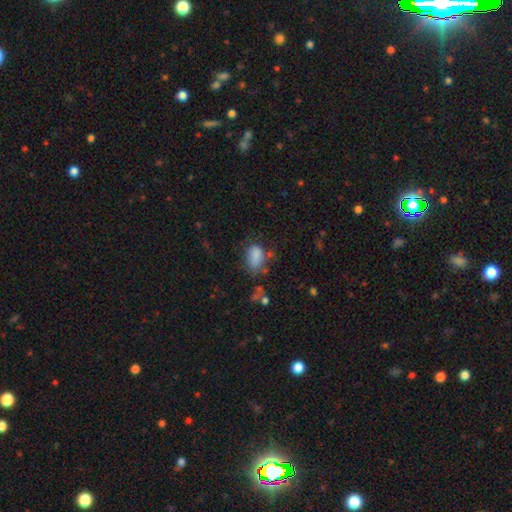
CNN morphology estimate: type=smooth (80%); roundness=in between (86%); merging=none (48%).